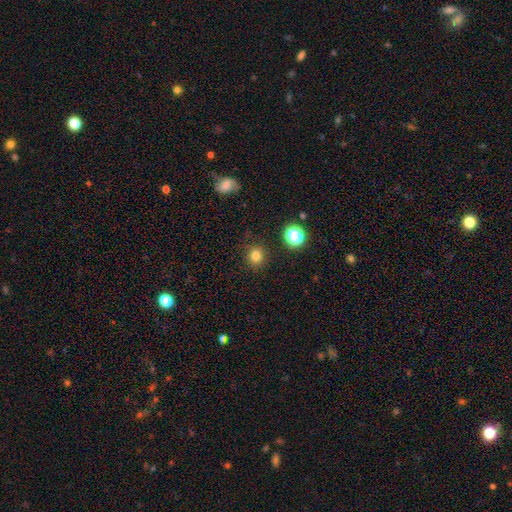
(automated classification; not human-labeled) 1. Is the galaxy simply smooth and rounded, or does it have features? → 80% smooth, 15% star or artifact, 5% featured or disk.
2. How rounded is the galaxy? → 88% round, 11% in between, 1% cigar-shaped.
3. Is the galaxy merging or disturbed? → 89% none, 7% minor disturbance, 2% major disturbance, 1% merger.